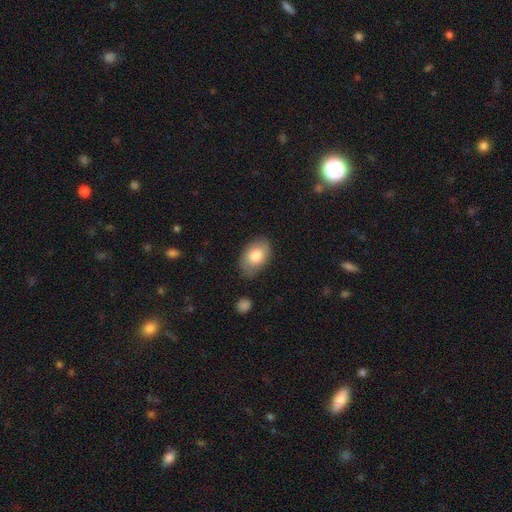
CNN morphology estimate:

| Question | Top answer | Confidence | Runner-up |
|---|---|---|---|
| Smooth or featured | smooth | 80% | featured or disk (13%) |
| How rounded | in between | 89% | round (10%) |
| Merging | none | 77% | minor disturbance (17%) |